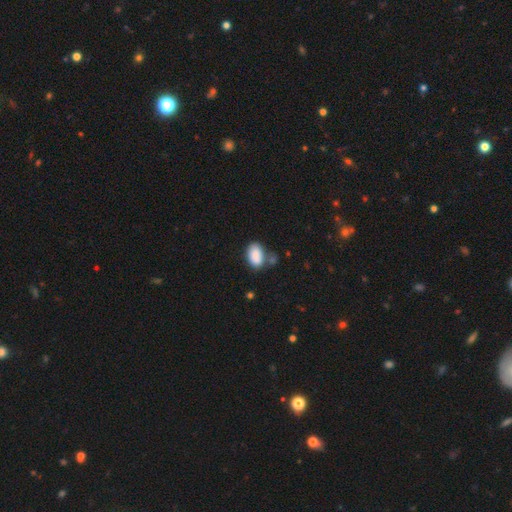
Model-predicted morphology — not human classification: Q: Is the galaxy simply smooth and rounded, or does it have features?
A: smooth — 87%.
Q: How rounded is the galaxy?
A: in between — 90%.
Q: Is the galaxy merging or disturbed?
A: none — 56%.